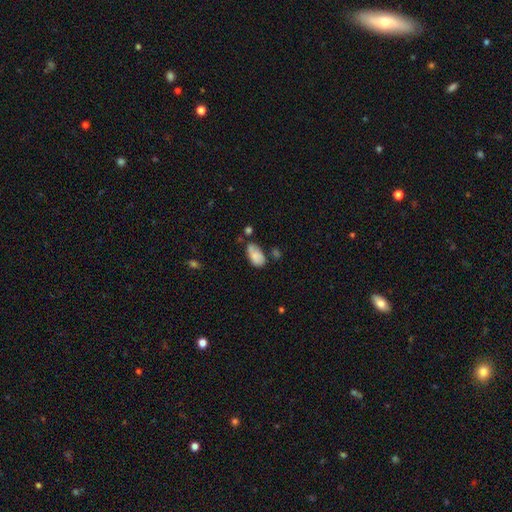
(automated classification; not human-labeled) Smooth or featured: smooth — 77% (featured or disk — 15%)
How rounded: in between — 93% (round — 4%)
Merging: none — 44% (minor disturbance — 33%)